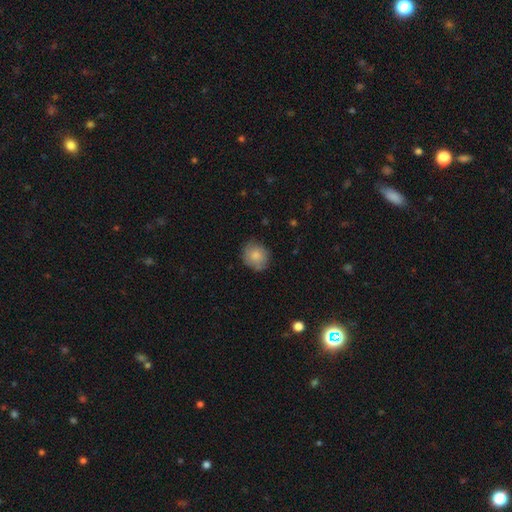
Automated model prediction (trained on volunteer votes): Smooth or featured? Predicted: smooth (p=0.81). How rounded? Predicted: round (p=0.79). Merging? Predicted: none (p=0.75).